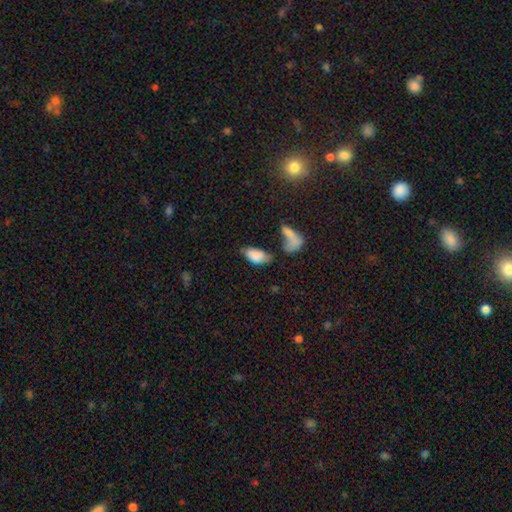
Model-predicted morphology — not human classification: type=smooth (81%); roundness=in between (92%); merging=none (35%).